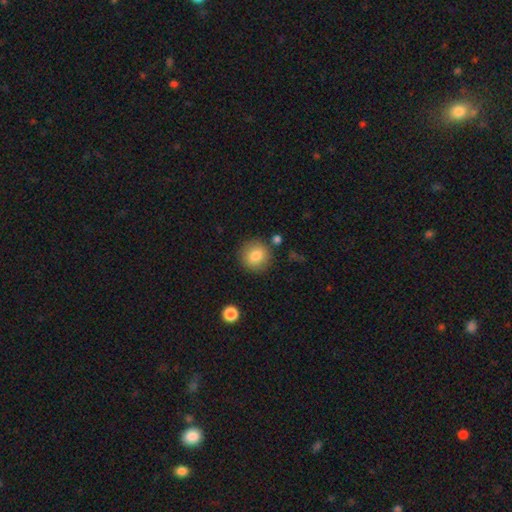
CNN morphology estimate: This appears to be a smooth galaxy with no disk features (83%) that is round (90%). Merging: none (84%).